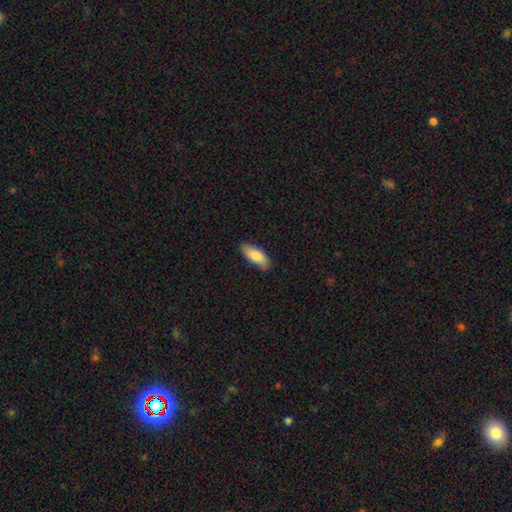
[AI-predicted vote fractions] Overall: smooth (82%). How rounded: in between (79%). Merging: none (86%).